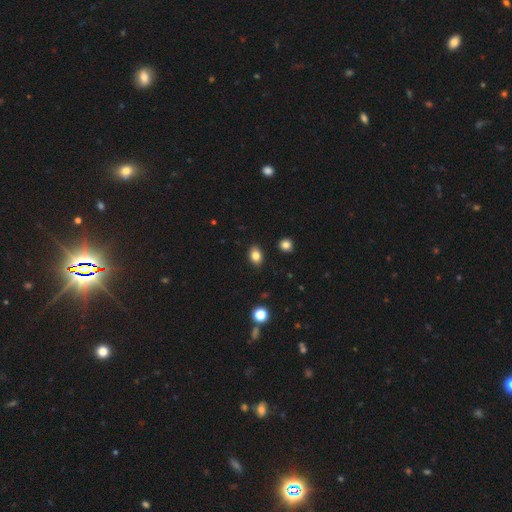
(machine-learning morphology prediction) smooth 83%, star or artifact 10%, featured or disk 6%. Down the decision tree: how rounded — in between (75%); merging — none (88%).